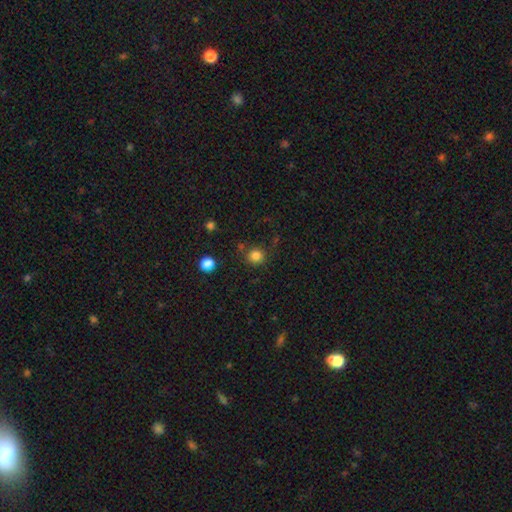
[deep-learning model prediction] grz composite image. It shows a smooth galaxy with no disk features (82%) that is round (91%). Merging: none (82%).